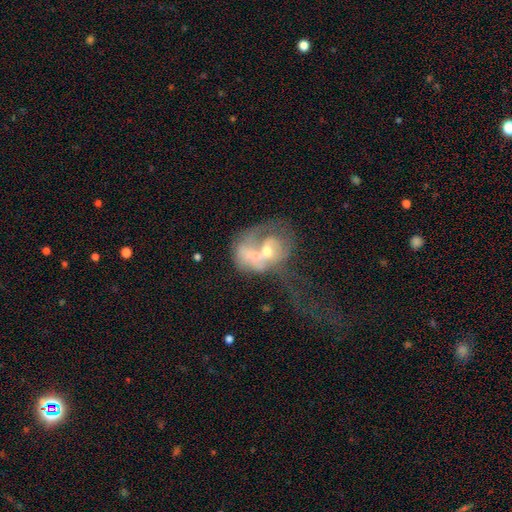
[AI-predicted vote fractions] Q: Smooth or featured?
A: featured or disk (61%); runner-up: smooth (30%)
Q: Edge-on disk?
A: no (95%); runner-up: yes (5%)
Q: Bar?
A: no (76%); runner-up: weak (18%)
Q: Spiral arms?
A: no (57%); runner-up: yes (43%)
Q: Bulge size?
A: moderate (58%); runner-up: small (31%)
Q: Merging?
A: merger (76%); runner-up: major disturbance (12%)